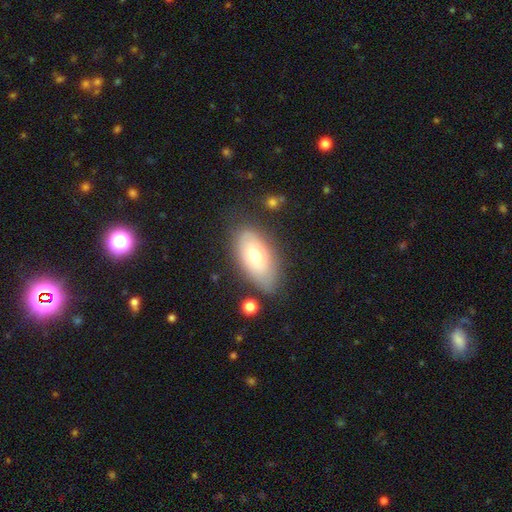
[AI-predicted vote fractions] Morphology: type=smooth (61%); roundness=in between (90%); merging=none (75%).